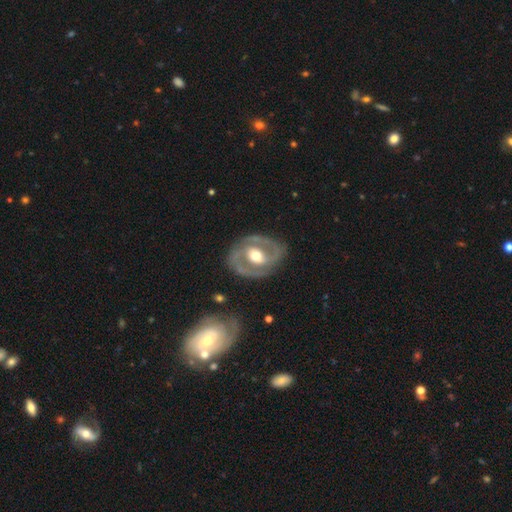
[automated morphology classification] A featured or disk galaxy (82%) with a weak bar (39%), 2 (87%) medium (48%) spiral arms (81%) and a moderate central bulge (70%). Merging: none (82%).